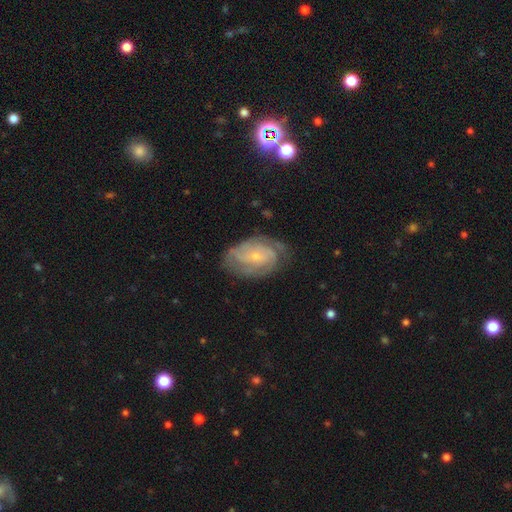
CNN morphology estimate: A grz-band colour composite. It shows a featured or disk galaxy (79%) with no bar (69%), 2 (34%) tight (59%) spiral arms (92%) and a small central bulge (78%). Merging: none (68%).